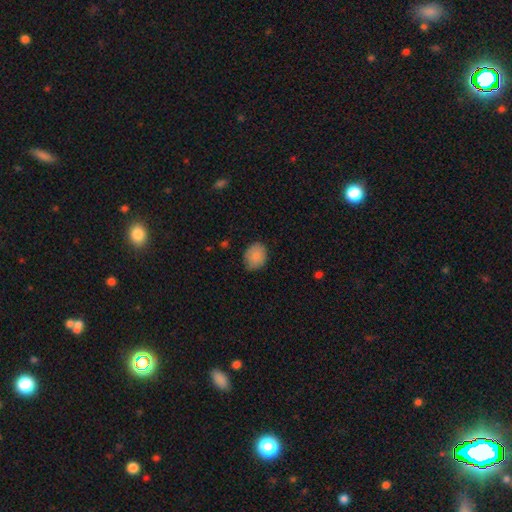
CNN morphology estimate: This is clearly a smooth galaxy (87%). How rounded: possibly in between (51%). Merging: likely none (78%).